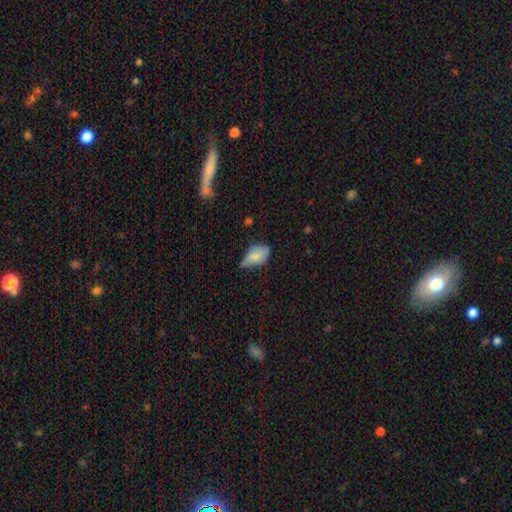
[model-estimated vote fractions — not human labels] smooth-or-featured: smooth: 70% | featured or disk: 22% | star or artifact: 8%
  how-rounded: in between: 90% | round: 6% | cigar-shaped: 4%
  merging: minor disturbance: 46% | none: 32% | major disturbance: 18% | merger: 3%